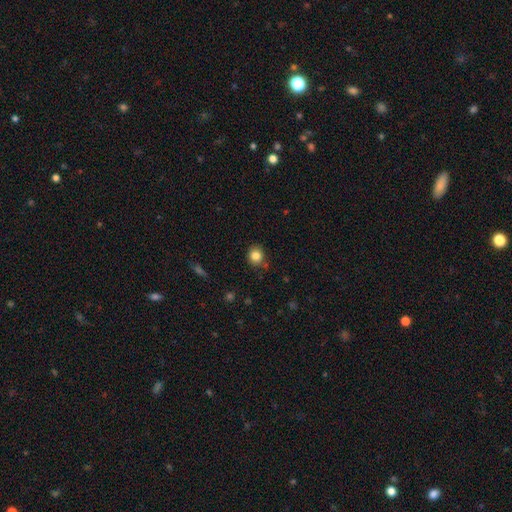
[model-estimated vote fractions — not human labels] Smooth or featured: smooth — 83% (star or artifact — 11%)
How rounded: round — 84% (in between — 15%)
Merging: none — 82% (minor disturbance — 13%)